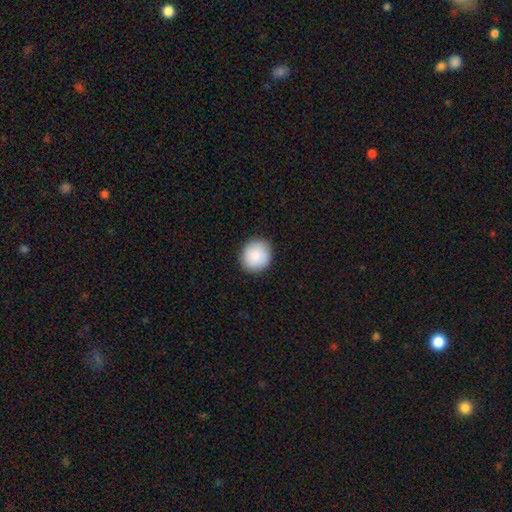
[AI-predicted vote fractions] smooth 87%, star or artifact 7%, featured or disk 6%. Down the decision tree: how rounded — round (86%); merging — none (90%).